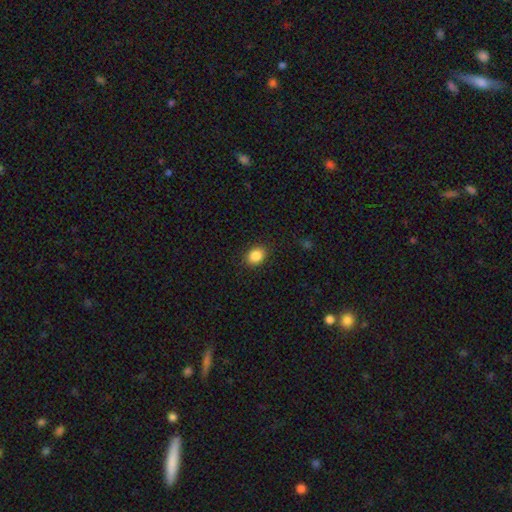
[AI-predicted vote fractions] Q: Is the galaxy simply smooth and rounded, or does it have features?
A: smooth — 86%.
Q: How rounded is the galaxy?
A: in between — 53%.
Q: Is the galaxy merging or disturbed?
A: none — 88%.